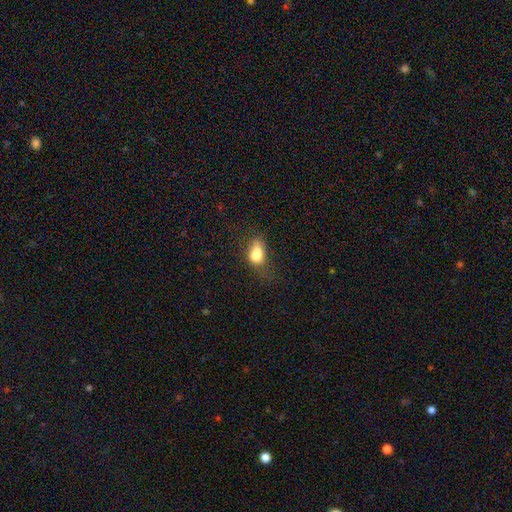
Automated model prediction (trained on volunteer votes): Smooth or featured?
  - smooth: 79% *
  - featured or disk: 11%
  - star or artifact: 10%
How rounded?
  - in between: 81% *
  - round: 16%
  - cigar-shaped: 4%
Merging?
  - none: 34% *
  - minor disturbance: 33%
  - major disturbance: 27%
  - merger: 6%